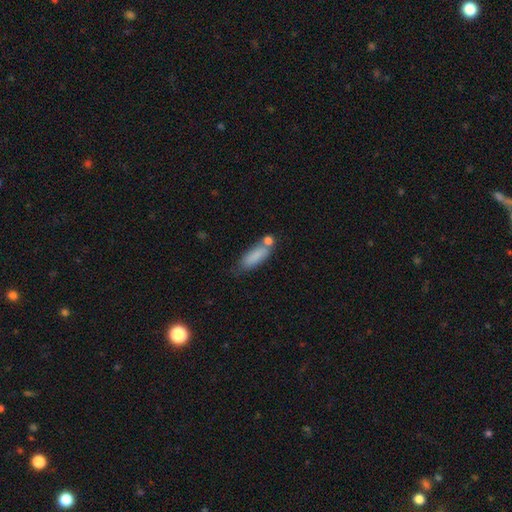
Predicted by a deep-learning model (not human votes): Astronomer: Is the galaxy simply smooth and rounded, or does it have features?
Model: smooth — 81%.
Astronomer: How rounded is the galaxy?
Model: in between — 56% (runner-up: cigar-shaped, 41%).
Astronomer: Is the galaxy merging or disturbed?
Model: none — 49%.